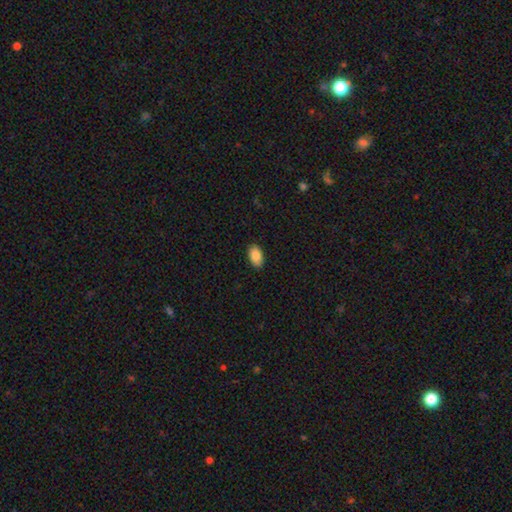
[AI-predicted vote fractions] smooth_or_featured: smooth (p=0.88) [alt: star or artifact p=0.07]
how_rounded: in between (p=0.94) [alt: round p=0.05]
merging: none (p=0.89) [alt: minor disturbance p=0.08]